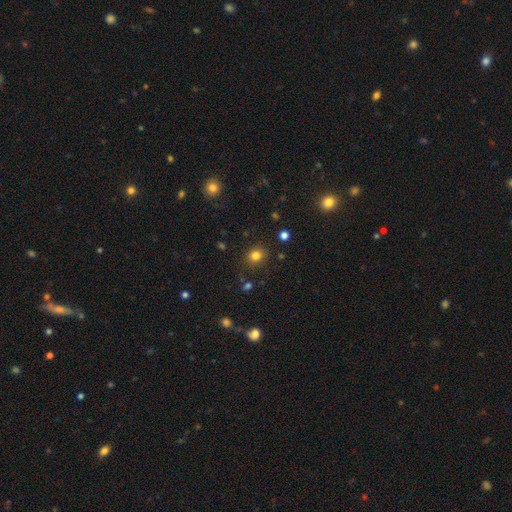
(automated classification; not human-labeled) smooth-or-featured: smooth: 81% | star or artifact: 14% | featured or disk: 6%
  how-rounded: round: 74% | in between: 25% | cigar-shaped: 1%
  merging: none: 85% | minor disturbance: 9% | major disturbance: 3% | merger: 2%